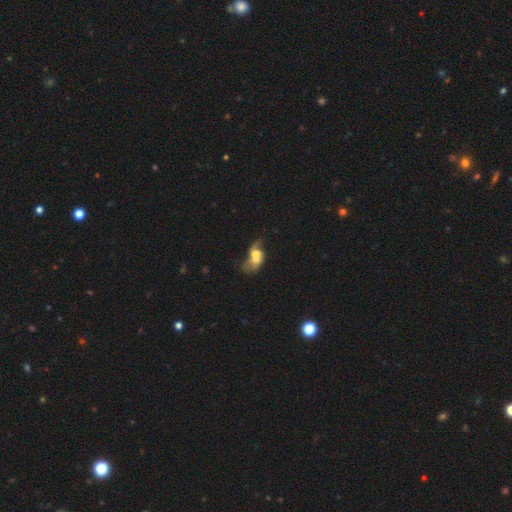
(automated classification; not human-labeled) Q: Smooth or featured?
A: smooth (46%); runner-up: featured or disk (43%)
Q: Merging?
A: merger (65%); runner-up: major disturbance (15%)